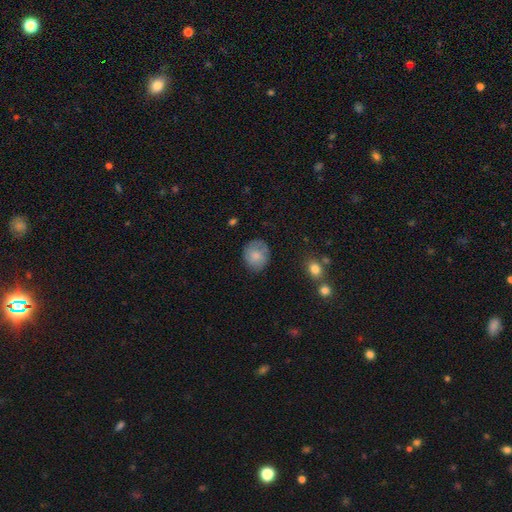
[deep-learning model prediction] Morphology: type=smooth (76%); roundness=round (73%); merging=none (74%).